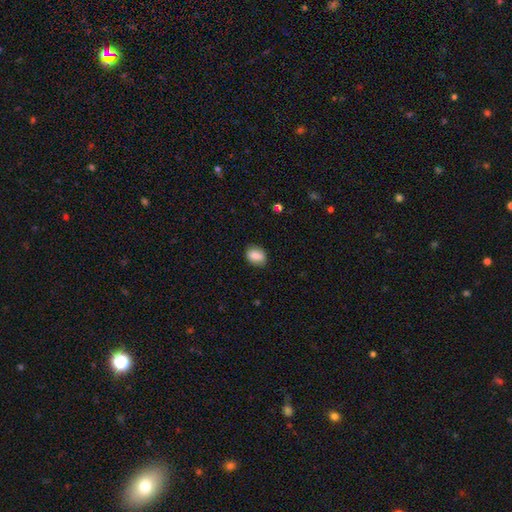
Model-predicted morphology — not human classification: Smooth or featured: smooth — 84% (featured or disk — 8%)
How rounded: in between — 65% (round — 34%)
Merging: none — 83% (minor disturbance — 13%)